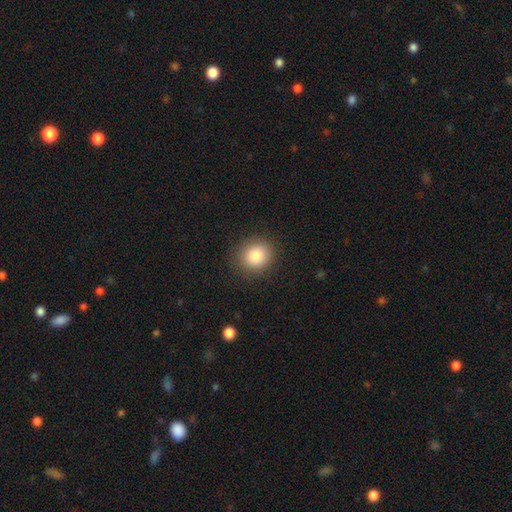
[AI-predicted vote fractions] Smooth or featured: smooth — 85% (star or artifact — 9%)
How rounded: round — 80% (in between — 19%)
Merging: none — 89% (minor disturbance — 8%)